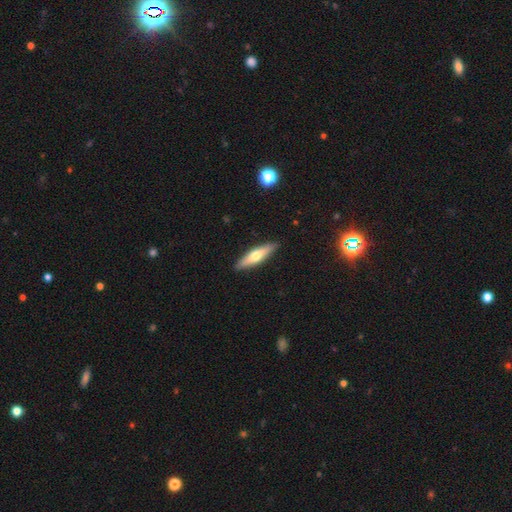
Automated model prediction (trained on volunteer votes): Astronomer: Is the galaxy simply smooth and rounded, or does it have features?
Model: smooth — 51% (runner-up: featured or disk, 44%).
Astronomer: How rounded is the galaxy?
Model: cigar-shaped — 71%.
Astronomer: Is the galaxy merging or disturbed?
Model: none — 89%.